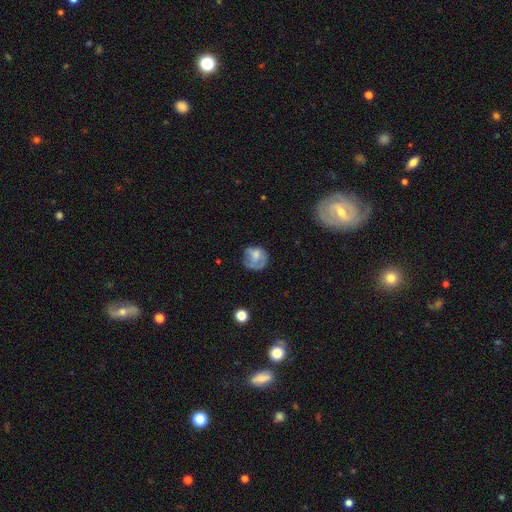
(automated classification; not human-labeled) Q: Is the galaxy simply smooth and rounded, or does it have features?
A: smooth — 52%.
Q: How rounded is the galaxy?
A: round — 75%.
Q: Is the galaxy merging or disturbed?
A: none — 50%.